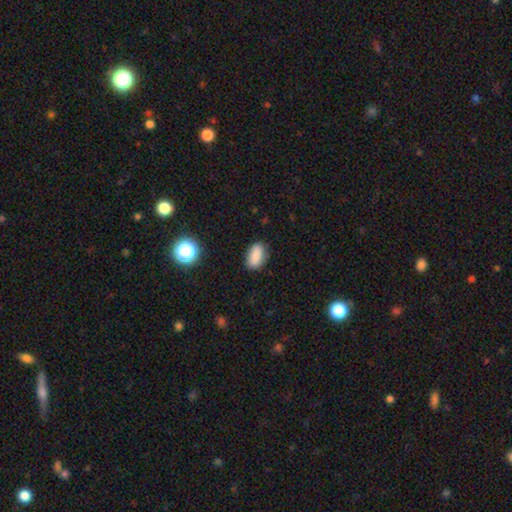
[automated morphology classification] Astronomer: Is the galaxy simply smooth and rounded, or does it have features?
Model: smooth — 85%.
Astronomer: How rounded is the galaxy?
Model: in between — 90%.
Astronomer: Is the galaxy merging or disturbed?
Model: none — 81%.